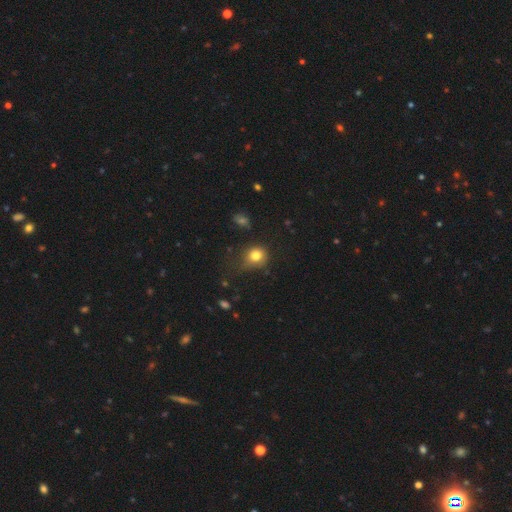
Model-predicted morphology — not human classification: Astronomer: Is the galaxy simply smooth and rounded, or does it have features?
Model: smooth — 80%.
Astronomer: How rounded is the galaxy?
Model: round — 77%.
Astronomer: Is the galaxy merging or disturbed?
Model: none — 58%.